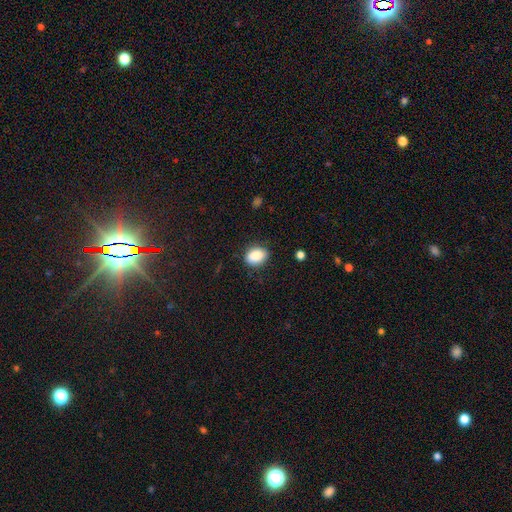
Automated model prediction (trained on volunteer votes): Smooth or featured? Predicted: smooth (p=0.87). How rounded? Predicted: in between (p=0.66). Merging? Predicted: none (p=0.82).